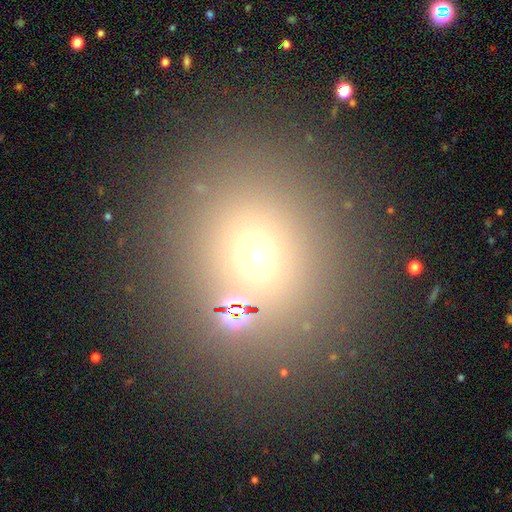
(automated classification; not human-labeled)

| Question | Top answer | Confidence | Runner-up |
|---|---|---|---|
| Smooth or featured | smooth | 58% | star or artifact (32%) |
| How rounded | round | 83% | in between (15%) |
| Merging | none | 78% | merger (10%) |